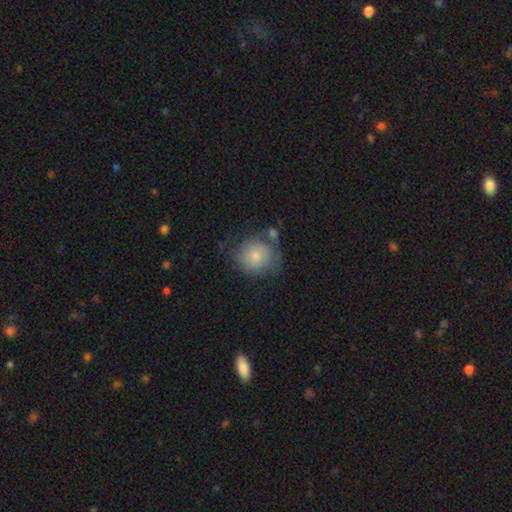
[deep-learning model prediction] smooth-or-featured: smooth: 72% | featured or disk: 20% | star or artifact: 7%
  how-rounded: round: 85% | in between: 14% | cigar-shaped: 1%
  merging: none: 52% | minor disturbance: 26% | major disturbance: 13% | merger: 9%